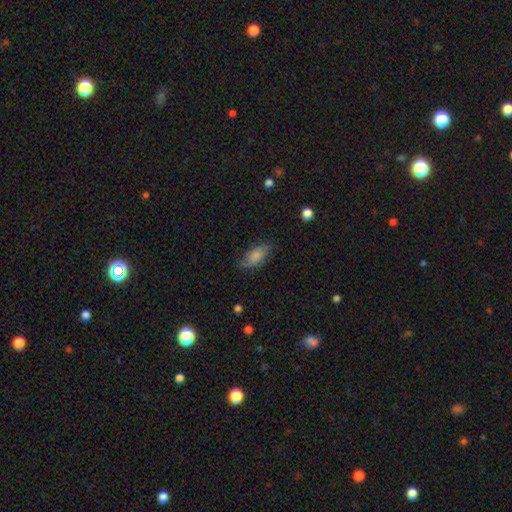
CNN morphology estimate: Smooth or featured: smooth — 75% (featured or disk — 17%)
How rounded: in between — 89% (cigar-shaped — 8%)
Merging: none — 69% (minor disturbance — 23%)